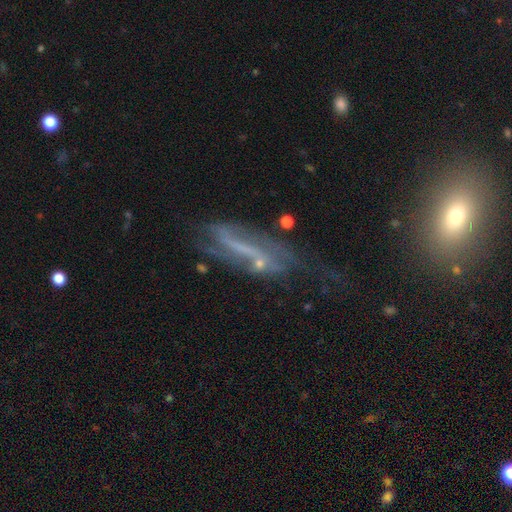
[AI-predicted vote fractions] Smooth or featured: featured or disk — 65% (smooth — 22%)
Edge-on disk: no — 73% (yes — 27%)
Merging: none — 38% (major disturbance — 27%)